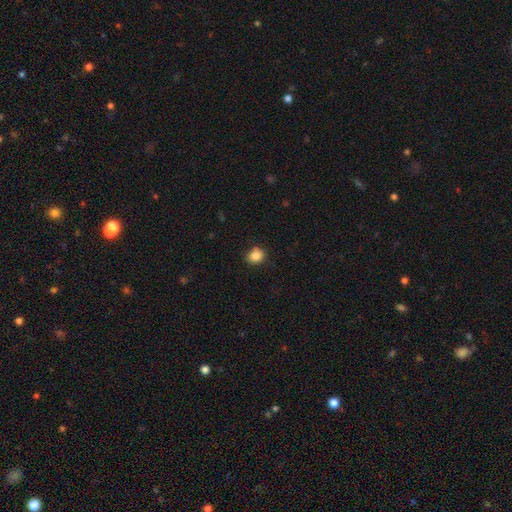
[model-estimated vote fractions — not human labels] smooth-or-featured: smooth: 84% | star or artifact: 10% | featured or disk: 6%
  how-rounded: round: 69% | in between: 30% | cigar-shaped: 1%
  merging: none: 81% | minor disturbance: 14% | major disturbance: 3% | merger: 2%